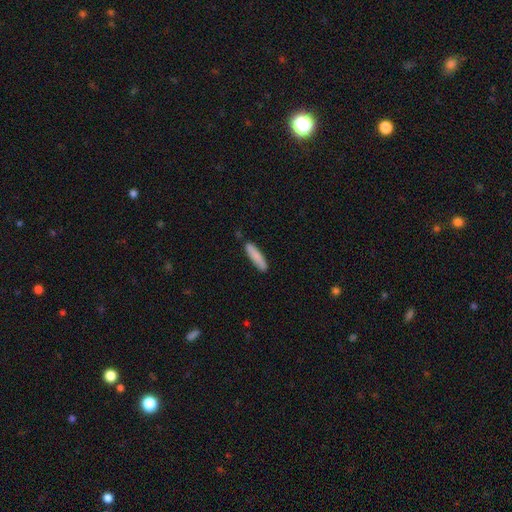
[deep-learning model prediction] Smooth or featured: smooth — 84% (featured or disk — 10%)
How rounded: cigar-shaped — 80% (in between — 18%)
Merging: none — 86% (minor disturbance — 10%)